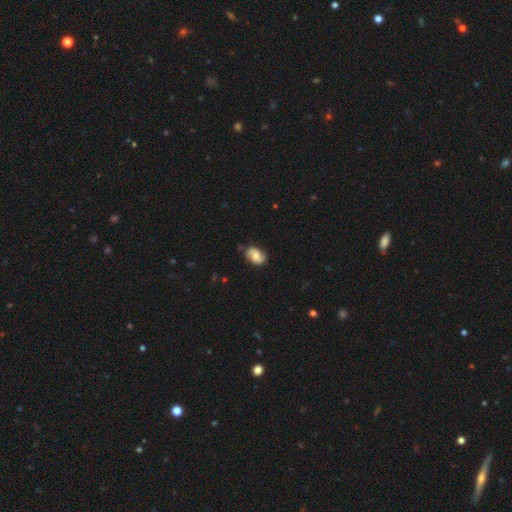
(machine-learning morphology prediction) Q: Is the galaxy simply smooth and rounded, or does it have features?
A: featured or disk — 51%.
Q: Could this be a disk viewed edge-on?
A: no — 97%.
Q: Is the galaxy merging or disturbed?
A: none — 72%.